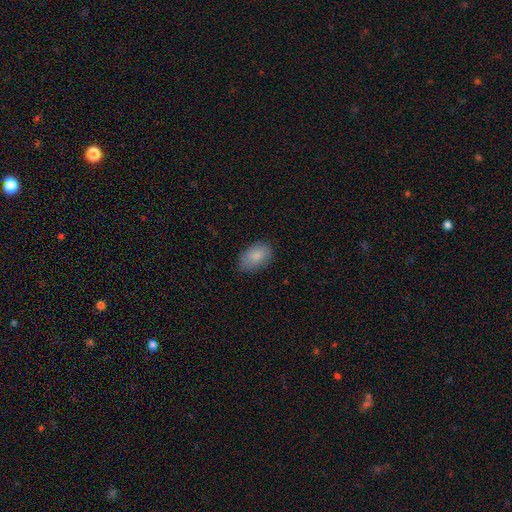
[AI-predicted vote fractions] A smooth galaxy with no disk features (84%) that is in between round and cigar-shaped (91%). Merging: none (79%).